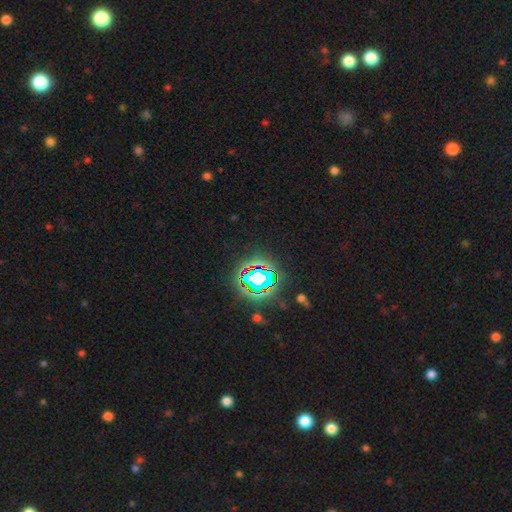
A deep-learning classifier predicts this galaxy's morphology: star or artifact 82%, smooth 11%, featured or disk 7%.